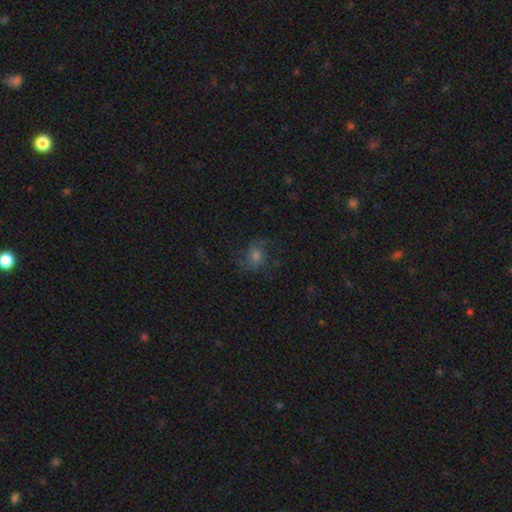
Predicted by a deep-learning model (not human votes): This is possibly a featured or disk galaxy (49%). Merging: likely none (65%).